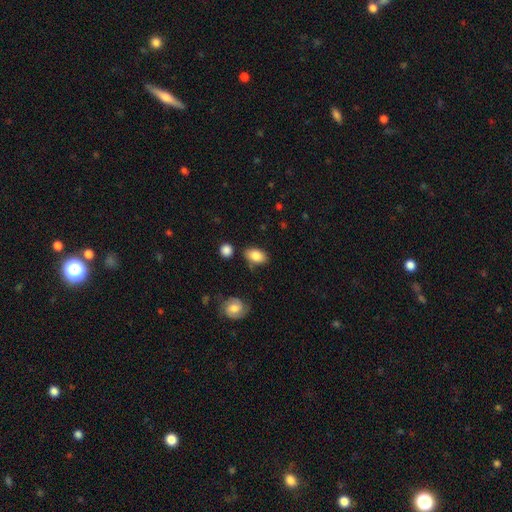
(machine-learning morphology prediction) smooth 84%, featured or disk 9%, star or artifact 7%. Down the decision tree: how rounded — in between (89%); merging — none (79%).